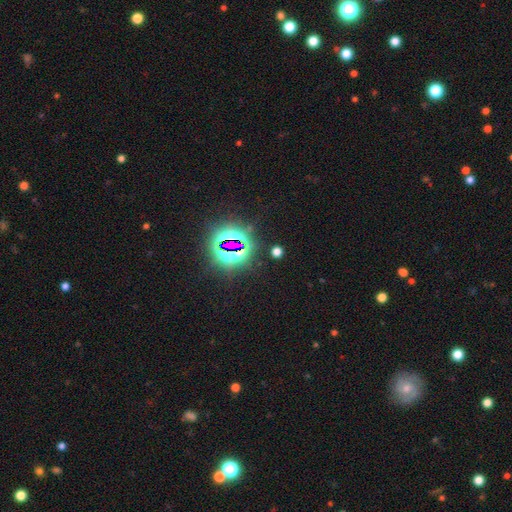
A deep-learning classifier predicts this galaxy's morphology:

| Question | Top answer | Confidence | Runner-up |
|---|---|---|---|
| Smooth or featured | star or artifact | 80% | smooth (11%) |